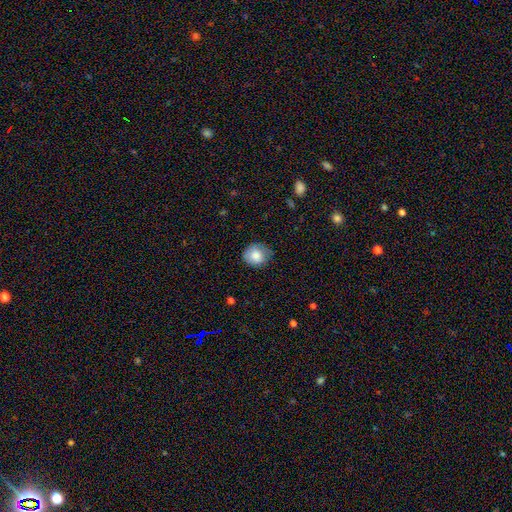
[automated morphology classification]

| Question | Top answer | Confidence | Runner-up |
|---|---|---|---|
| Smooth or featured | smooth | 83% | featured or disk (9%) |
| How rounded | round | 79% | in between (20%) |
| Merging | none | 74% | minor disturbance (21%) |